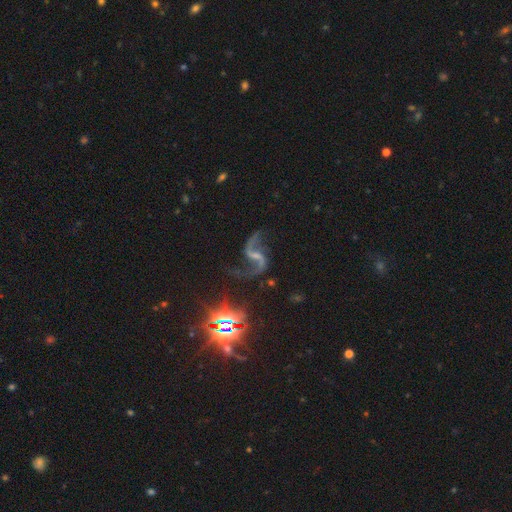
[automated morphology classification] This is clearly a featured or disk galaxy (87%). It is clearly not viewed edge-on (98%). Bar: marginally weak (45%). Spiral arm pattern: clearly yes (97%). Spiral arm count: clearly 2 (94%). Spiral winding: clearly loose (85%). Central bulge: possibly small (48%). Merging: likely none (71%).